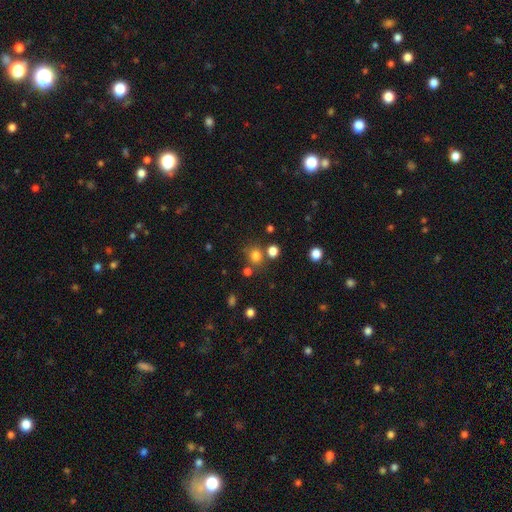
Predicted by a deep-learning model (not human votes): A smooth galaxy with no disk features (78%) that is round (82%). Merging: none (72%).